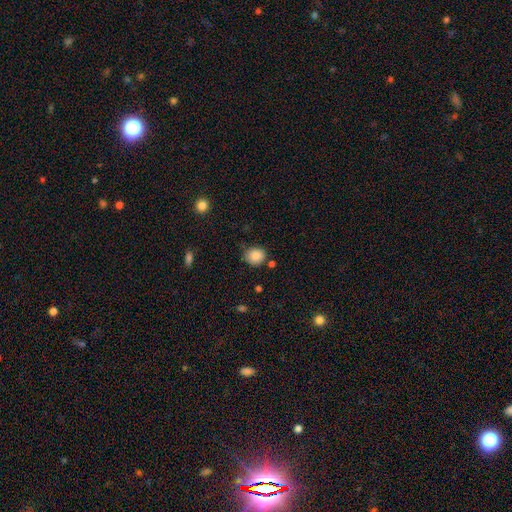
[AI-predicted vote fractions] smooth_or_featured: smooth (p=0.85) [alt: star or artifact p=0.09]
how_rounded: round (p=0.76) [alt: in between p=0.23]
merging: none (p=0.76) [alt: minor disturbance p=0.16]